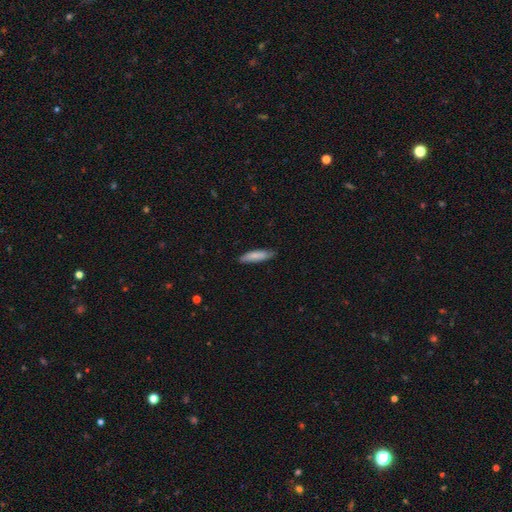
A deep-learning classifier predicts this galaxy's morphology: Smooth or featured? smooth (80%)
How rounded? cigar-shaped (65%)
Merging? none (82%)